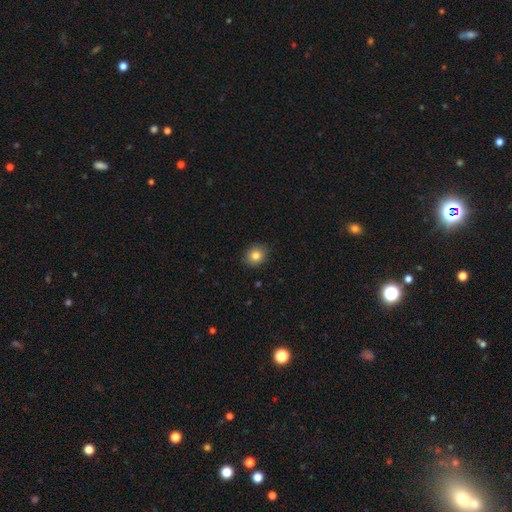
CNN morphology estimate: Smooth or featured?
  - smooth: 82% *
  - star or artifact: 10%
  - featured or disk: 8%
How rounded?
  - round: 68% *
  - in between: 31%
  - cigar-shaped: 1%
Merging?
  - none: 87% *
  - minor disturbance: 10%
  - major disturbance: 2%
  - merger: 1%